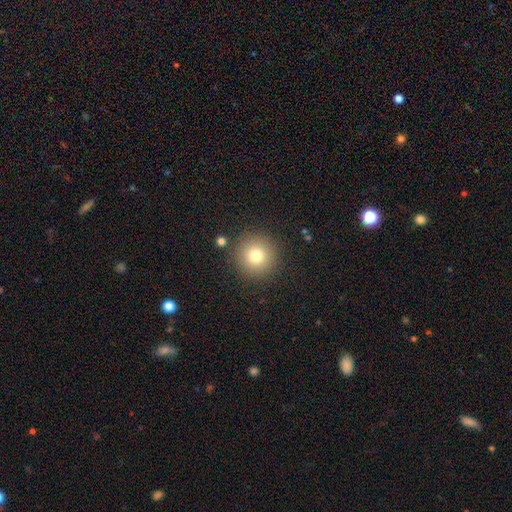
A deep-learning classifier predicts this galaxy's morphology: Smooth or featured? Predicted: smooth (p=0.78). How rounded? Predicted: round (p=0.95). Merging? Predicted: none (p=0.88).